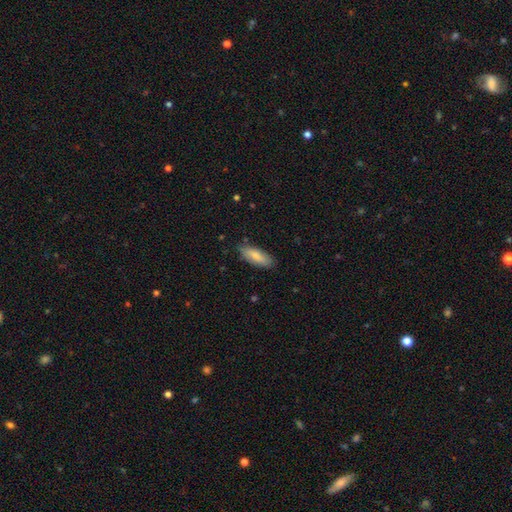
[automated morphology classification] Q: Smooth or featured?
A: smooth (83%); runner-up: featured or disk (12%)
Q: How rounded?
A: in between (69%); runner-up: cigar-shaped (29%)
Q: Merging?
A: none (82%); runner-up: minor disturbance (15%)